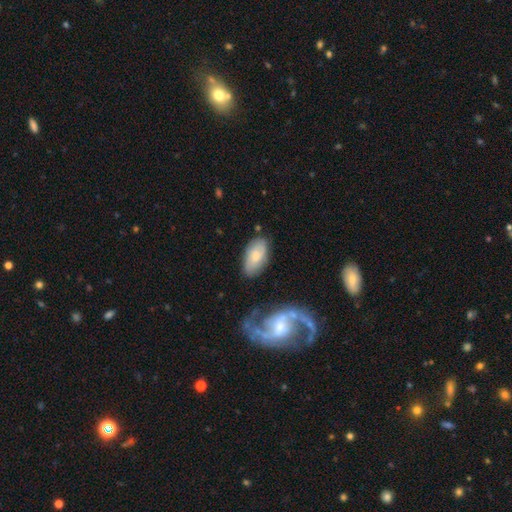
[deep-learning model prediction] Q: Smooth or featured?
A: smooth (70%); runner-up: featured or disk (24%)
Q: How rounded?
A: in between (94%); runner-up: cigar-shaped (3%)
Q: Merging?
A: none (75%); runner-up: minor disturbance (18%)